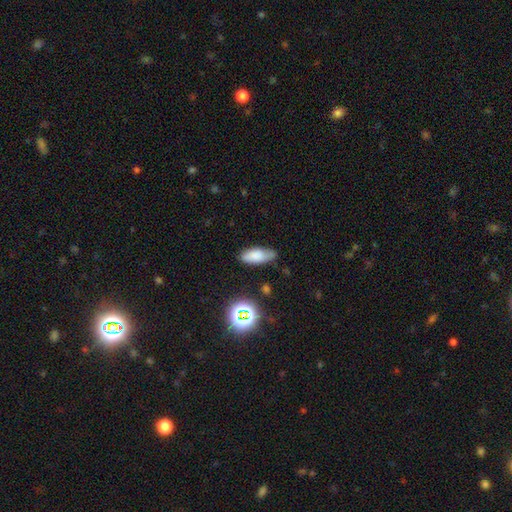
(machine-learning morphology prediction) Smooth or featured: smooth — 74% (featured or disk — 15%)
How rounded: in between — 80% (cigar-shaped — 17%)
Merging: none — 67% (minor disturbance — 24%)